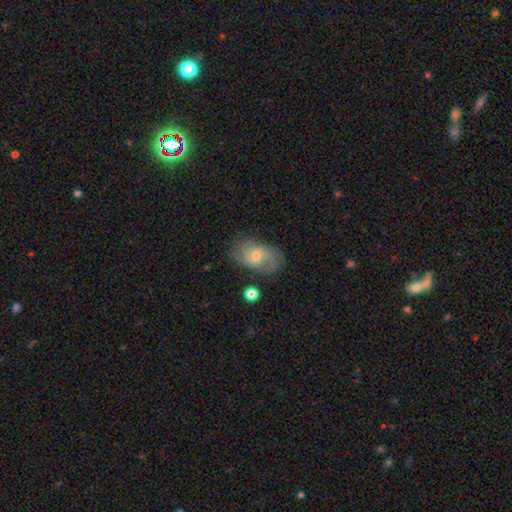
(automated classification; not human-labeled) The model was most divided on "spiral winding": medium: 44%, loose: 29%, tight: 27%. More confident: edge-on disk — no (96%); spiral arms — yes (88%); merging — none (73%); smooth or featured — featured or disk (63%); bulge size — small (55%); bar — no (54%); spiral arm count — 2 (51%).